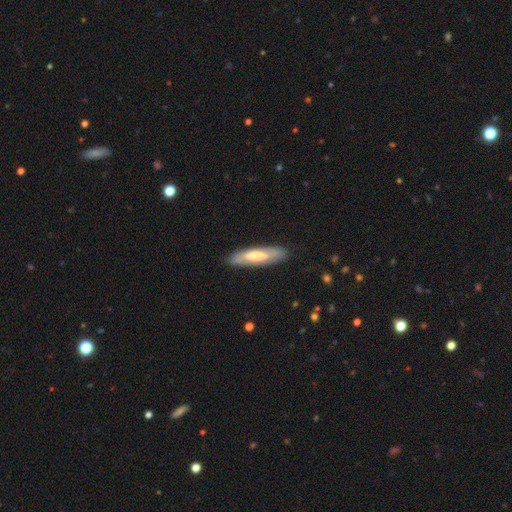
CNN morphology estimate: Smooth or featured: smooth — 49% (featured or disk — 45%)
Merging: none — 85% (minor disturbance — 11%)